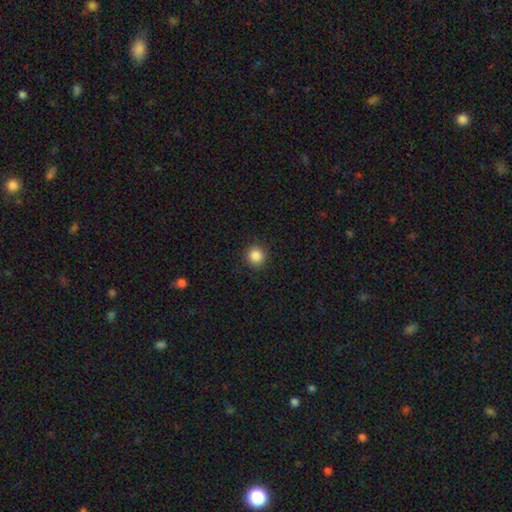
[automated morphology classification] This is clearly a smooth galaxy (86%). How rounded: clearly round (93%). Merging: clearly none (92%).